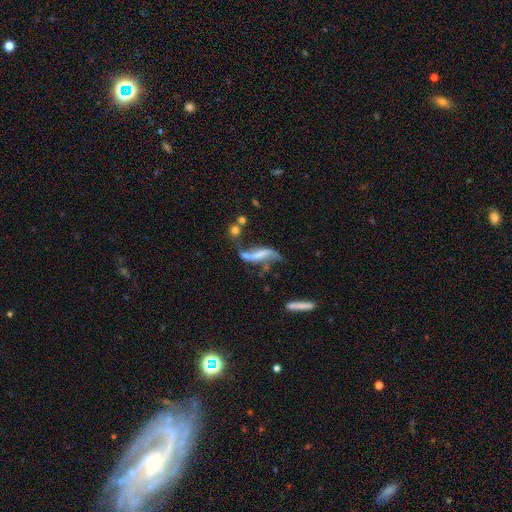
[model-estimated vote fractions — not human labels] A featured or disk galaxy (72%) with a strong bar (38%), spiral arms (78%) and no central bulge (56%).

Vote fractions:
- Smooth or featured? featured or disk: 72% / smooth: 18% / star or artifact: 10%
- Edge-on disk? no: 89% / yes: 11%
- Bar? strong: 38% / no: 31% / weak: 31%
- Spiral arms? yes: 78% / no: 22%
- Bulge size? none: 56% / small: 24% / moderate: 14% / large: 4% / dominant: 2%
- Merging? none: 36% / major disturbance: 24% / merger: 23% / minor disturbance: 17%